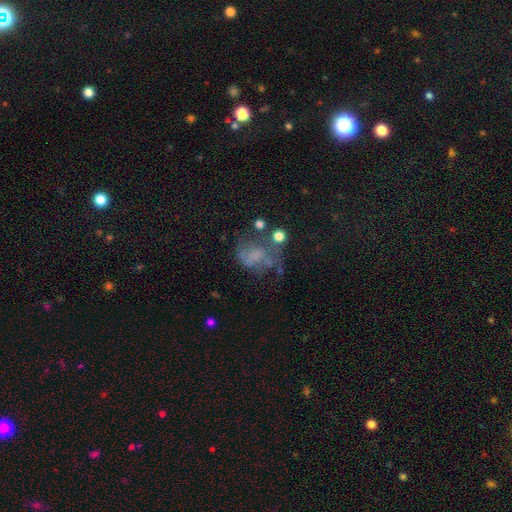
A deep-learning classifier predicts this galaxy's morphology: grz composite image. It shows a featured or disk galaxy (49%). Merging: major disturbance (37%).